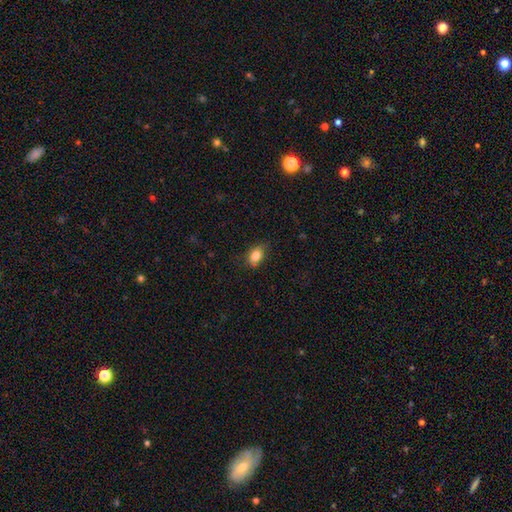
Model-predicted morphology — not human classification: This appears to be a smooth galaxy with no disk features (84%) that is in between round and cigar-shaped (78%). Merging: none (74%).